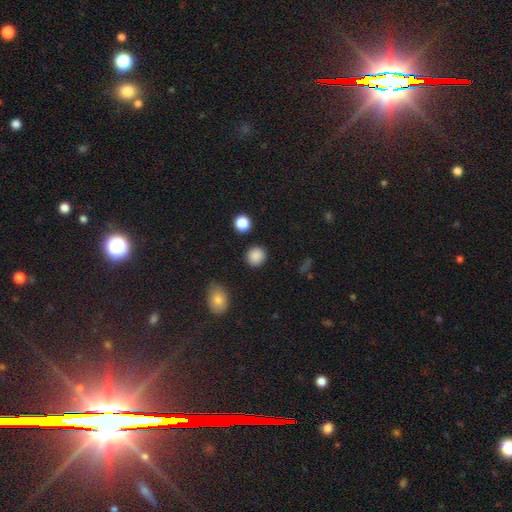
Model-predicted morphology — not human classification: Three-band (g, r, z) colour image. It shows a smooth galaxy with no disk features (88%) that is round (88%). Merging: none (90%).